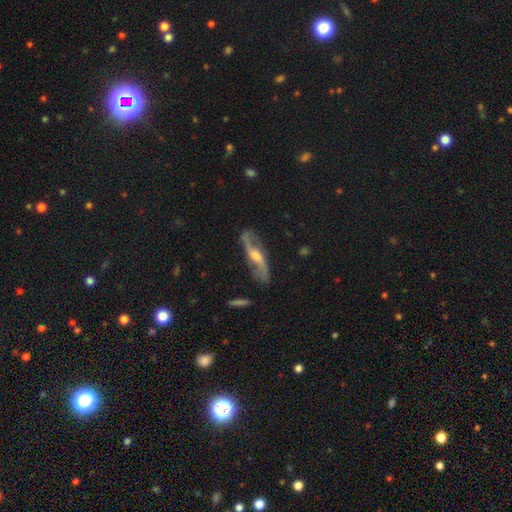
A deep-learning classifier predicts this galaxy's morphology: The model was most divided on "bar": weak: 43%, no: 36%, strong: 22%. More confident: spiral arms — yes (93%); spiral arm count — 2 (91%); smooth or featured — featured or disk (82%); merging — none (79%); edge-on disk — no (79%); spiral winding — loose (64%); bulge size — moderate (58%).